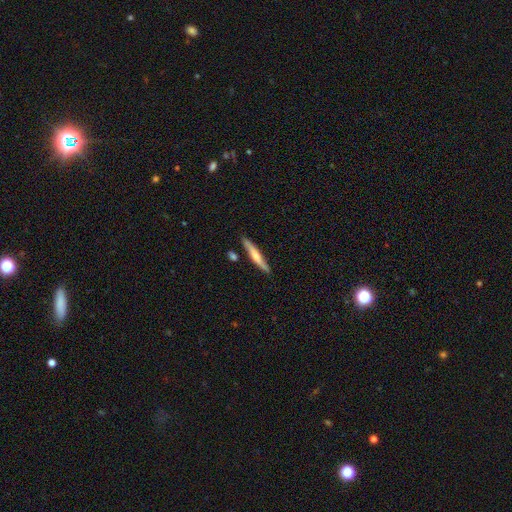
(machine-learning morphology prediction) This appears to be a smooth galaxy with no disk features (49%). Merging: none (83%).